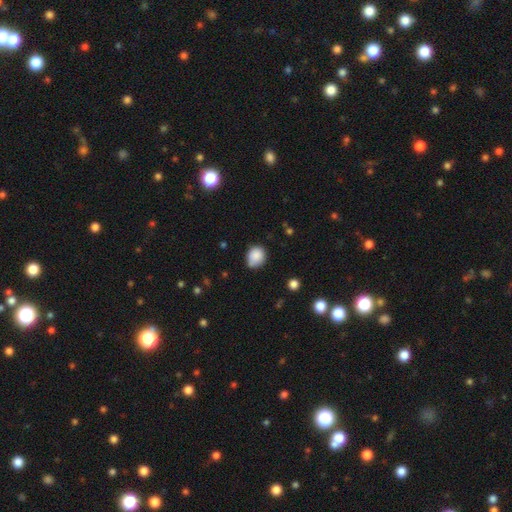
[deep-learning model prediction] Smooth or featured: smooth — 86% (star or artifact — 9%)
How rounded: round — 65% (in between — 34%)
Merging: none — 64% (minor disturbance — 28%)